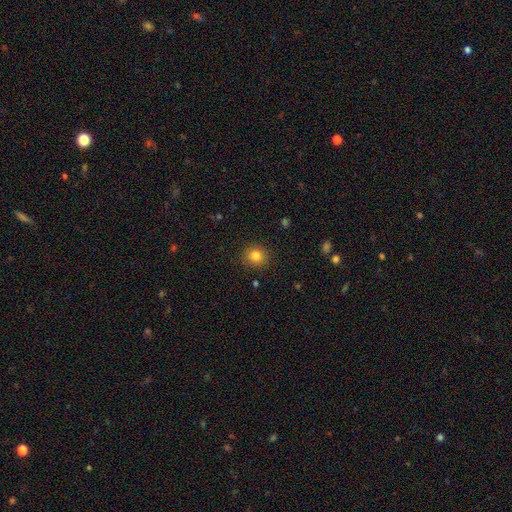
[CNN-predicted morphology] Smooth or featured? Predicted: smooth (p=0.82). How rounded? Predicted: round (p=0.88). Merging? Predicted: none (p=0.90).